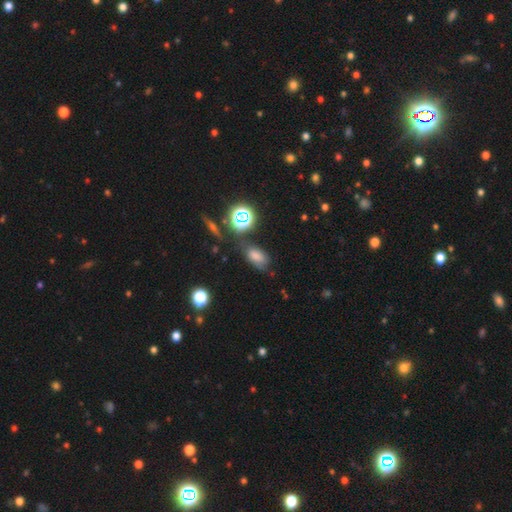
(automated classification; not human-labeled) smooth_or_featured: smooth (p=0.59) [alt: star or artifact p=0.27]
how_rounded: in between (p=0.81) [alt: round p=0.15]
merging: none (p=0.67) [alt: minor disturbance p=0.20]